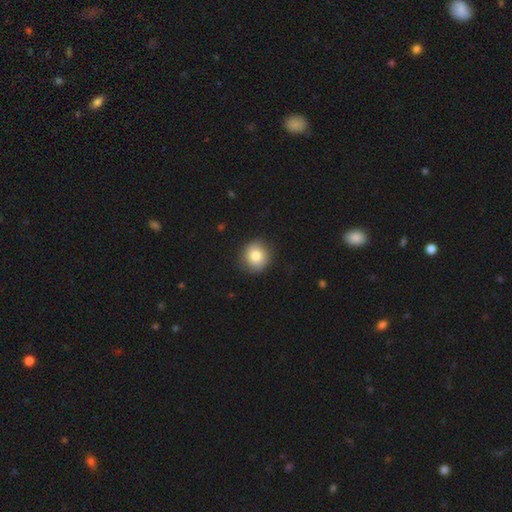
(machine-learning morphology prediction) smooth 78%, featured or disk 13%, star or artifact 8%. Down the decision tree: how rounded — round (88%); merging — none (84%).